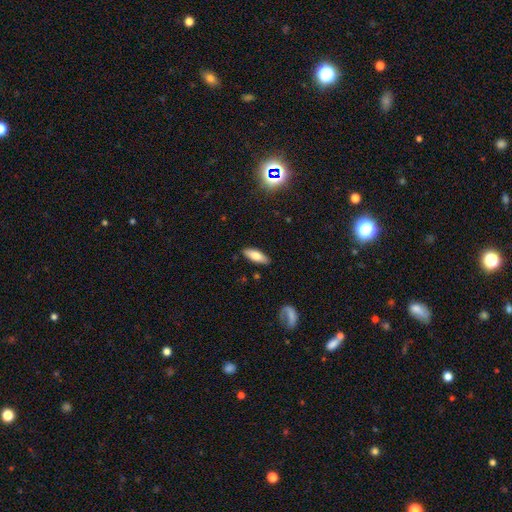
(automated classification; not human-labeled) Morphology: type=smooth (75%); roundness=in between (64%); merging=none (86%).